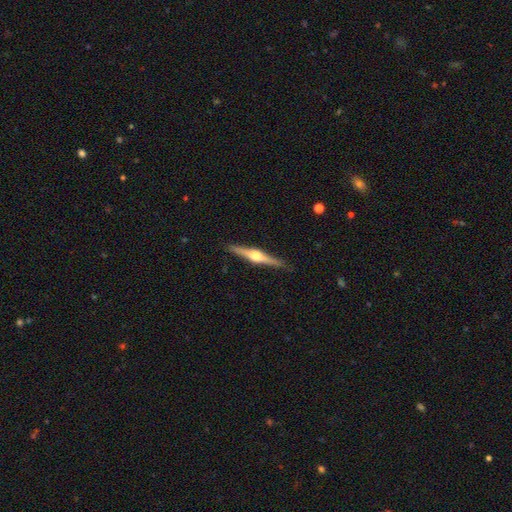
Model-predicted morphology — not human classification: The model was most divided on "smooth or featured": featured or disk: 77%, smooth: 18%, star or artifact: 5%. More confident: edge-on disk — yes (98%); edge-on bulge — rounded (94%); merging — none (90%).